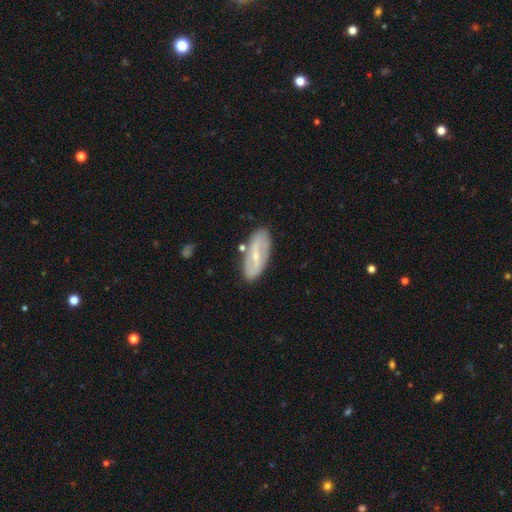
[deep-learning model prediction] A featured or disk galaxy (69%) with a strong bar (45%), spiral arms (72%) and a small central bulge (70%).

Vote fractions:
- Smooth or featured? featured or disk: 69% / smooth: 25% / star or artifact: 6%
- Edge-on disk? no: 88% / yes: 12%
- Bar? strong: 45% / weak: 35% / no: 20%
- Spiral arms? yes: 72% / no: 28%
- Bulge size? small: 70% / moderate: 25% / none: 3% / large: 1% / dominant: 1%
- Merging? none: 81% / minor disturbance: 13% / merger: 3% / major disturbance: 3%